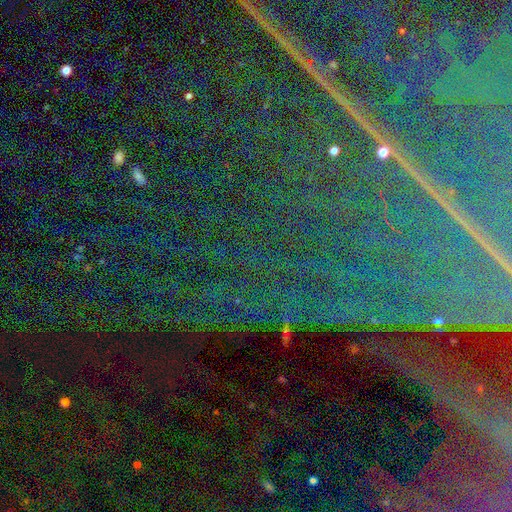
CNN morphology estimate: Smooth or featured? star or artifact (82%)